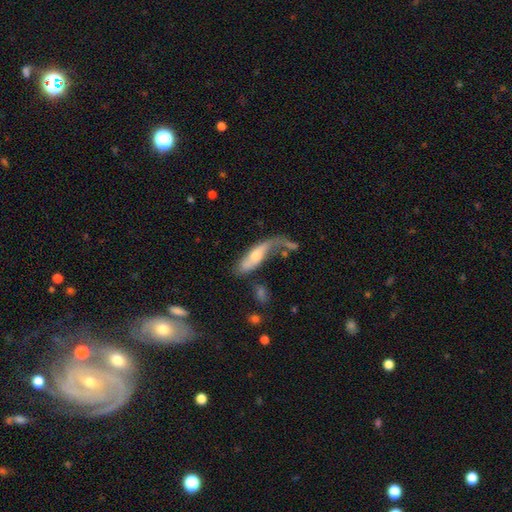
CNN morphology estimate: Q: Smooth or featured?
A: featured or disk (47%); runner-up: smooth (46%)
Q: Merging?
A: none (30%); runner-up: major disturbance (29%)